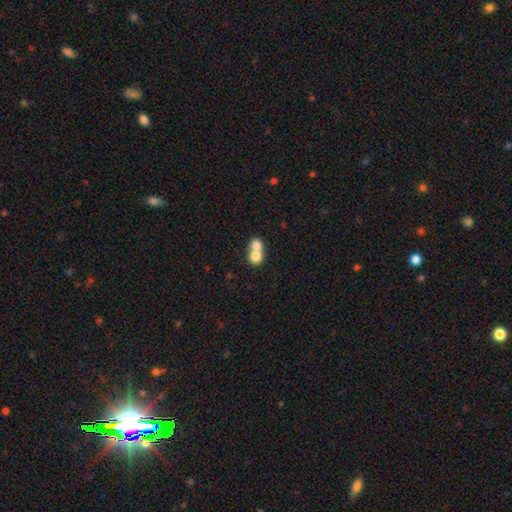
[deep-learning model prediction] This appears to be a smooth galaxy with no disk features (76%) that is round (73%). Merging: merger (73%).